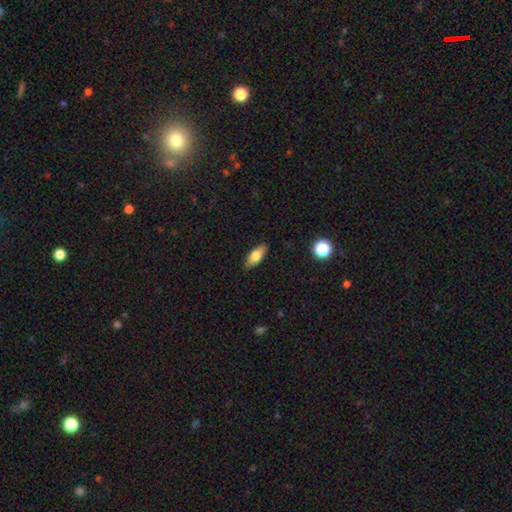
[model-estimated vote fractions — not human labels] smooth_or_featured: smooth (p=0.74) [alt: featured or disk p=0.19]
how_rounded: in between (p=0.78) [alt: cigar-shaped p=0.19]
merging: none (p=0.87) [alt: minor disturbance p=0.10]